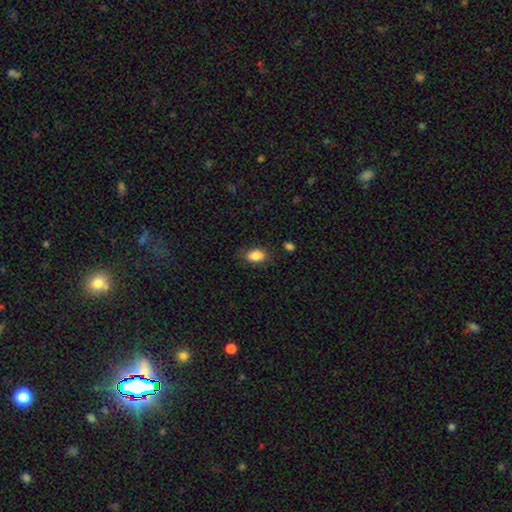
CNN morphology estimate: A smooth galaxy with no disk features (84%) that is in between round and cigar-shaped (82%). Merging: none (78%).